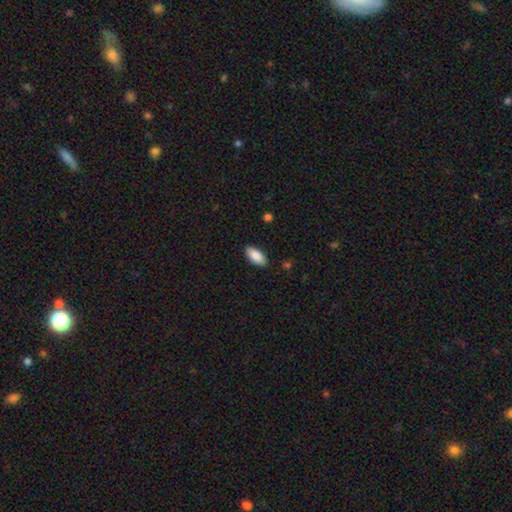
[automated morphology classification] A smooth galaxy with no disk features (86%) that is in between round and cigar-shaped (90%). Merging: none (89%).